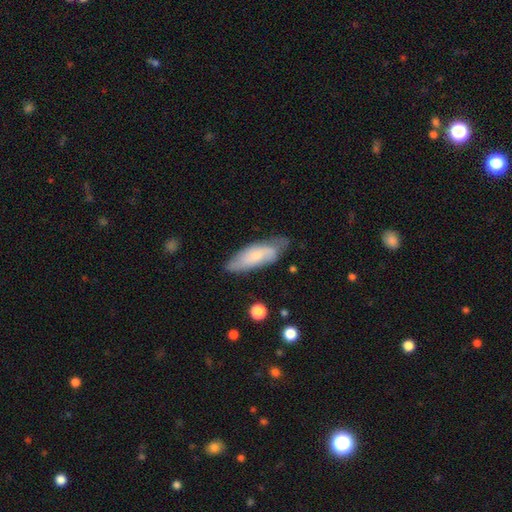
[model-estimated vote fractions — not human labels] This is possibly a smooth galaxy (52%). How rounded: likely in between (65%). Merging: likely none (62%).